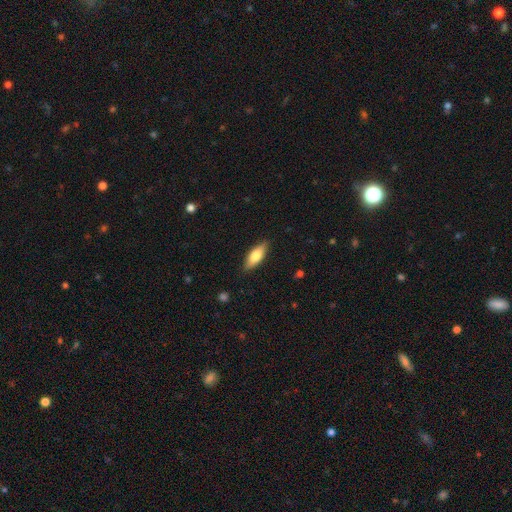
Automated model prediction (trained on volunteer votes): smooth_or_featured: smooth (p=0.74) [alt: featured or disk p=0.20]
how_rounded: in between (p=0.68) [alt: cigar-shaped p=0.30]
merging: none (p=0.87) [alt: minor disturbance p=0.10]